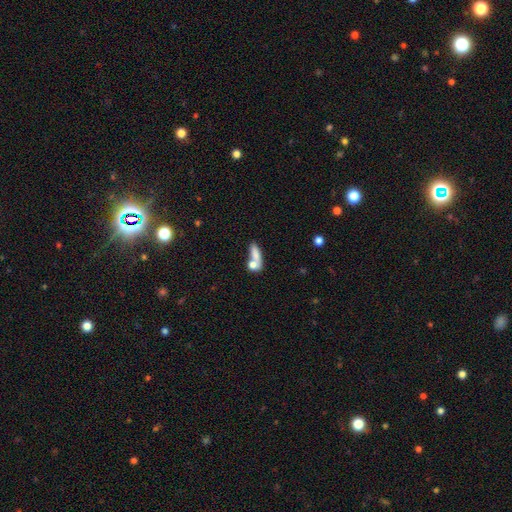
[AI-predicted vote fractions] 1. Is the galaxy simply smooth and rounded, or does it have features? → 73% smooth, 18% featured or disk, 9% star or artifact.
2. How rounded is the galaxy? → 53% in between, 32% cigar-shaped, 15% round.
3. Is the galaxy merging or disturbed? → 49% merger, 32% none, 11% minor disturbance, 8% major disturbance.